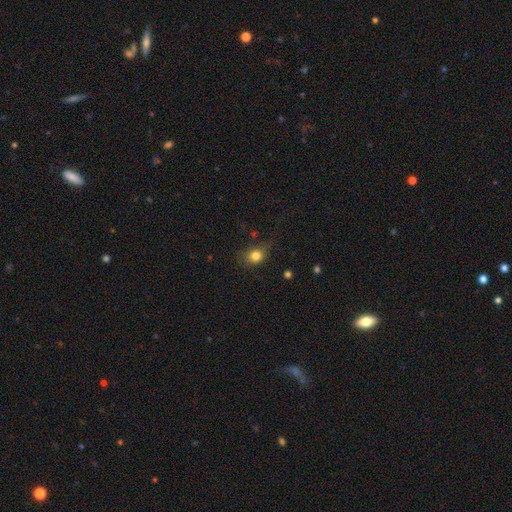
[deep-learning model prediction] A smooth galaxy with no disk features (80%) that is round (59%).

Vote fractions:
- Smooth or featured? smooth: 80% / star or artifact: 11% / featured or disk: 8%
- How rounded? round: 59% / in between: 40% / cigar-shaped: 1%
- Merging? none: 63% / minor disturbance: 26% / major disturbance: 9% / merger: 2%